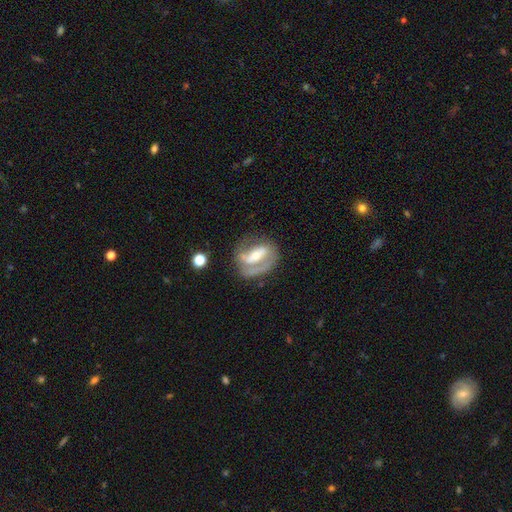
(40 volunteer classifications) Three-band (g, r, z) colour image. It shows a featured or disk galaxy (78%) with a strong bar (60%), 2 (82%) tight (50%, tied with medium) spiral arms (73%) and a small central bulge (47%). Merging: none (70%).